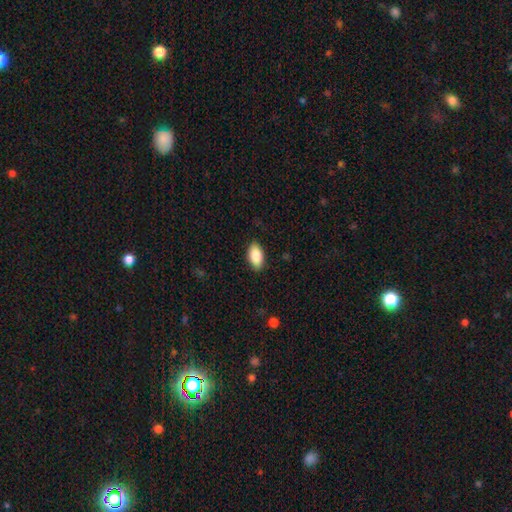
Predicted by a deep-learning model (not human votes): Smooth or featured: smooth — 87% (featured or disk — 7%)
How rounded: in between — 94% (cigar-shaped — 3%)
Merging: none — 88% (minor disturbance — 9%)